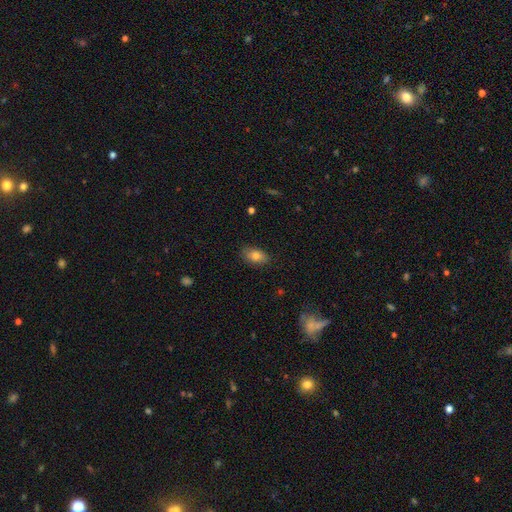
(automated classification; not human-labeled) Overall: smooth (81%). How rounded: in between (89%). Merging: none (83%).